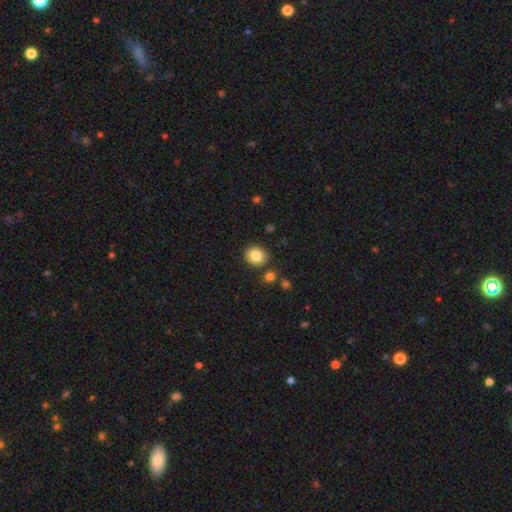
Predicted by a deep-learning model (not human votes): Q: Smooth or featured?
A: smooth (85%); runner-up: star or artifact (9%)
Q: How rounded?
A: round (76%); runner-up: in between (23%)
Q: Merging?
A: none (84%); runner-up: minor disturbance (9%)